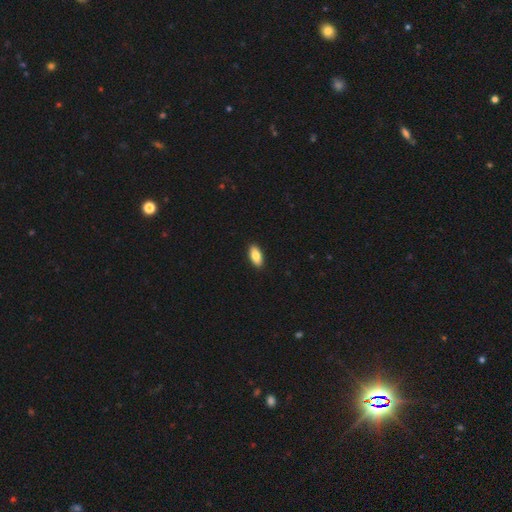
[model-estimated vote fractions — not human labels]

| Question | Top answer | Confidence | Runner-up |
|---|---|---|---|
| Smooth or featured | smooth | 85% | featured or disk (9%) |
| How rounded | in between | 89% | cigar-shaped (8%) |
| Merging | none | 91% | minor disturbance (7%) |